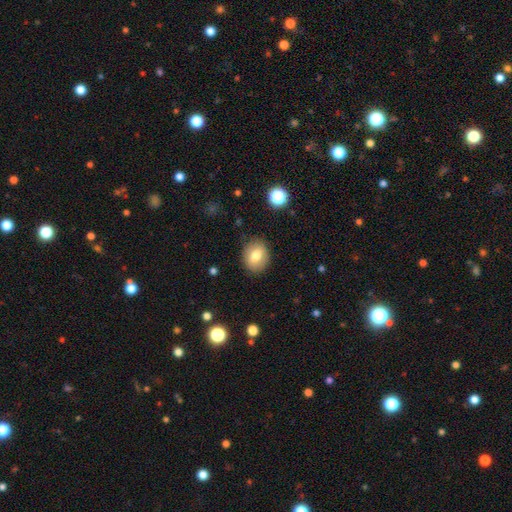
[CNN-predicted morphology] smooth_or_featured: smooth (p=0.77) [alt: featured or disk p=0.14]
how_rounded: round (p=0.52) [alt: in between p=0.47]
merging: none (p=0.85) [alt: minor disturbance p=0.11]